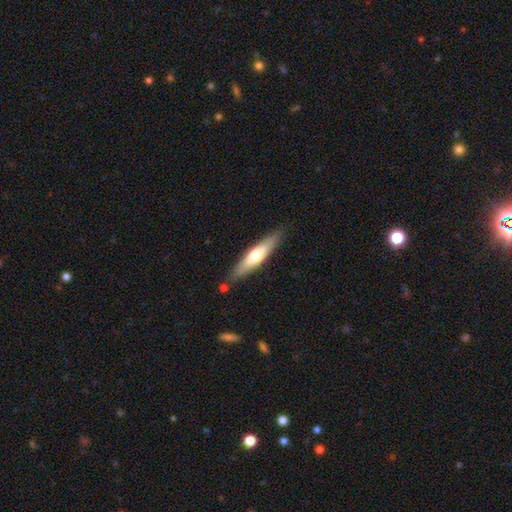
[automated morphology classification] Smooth or featured: smooth — 50% (featured or disk — 45%)
Merging: none — 84% (minor disturbance — 11%)